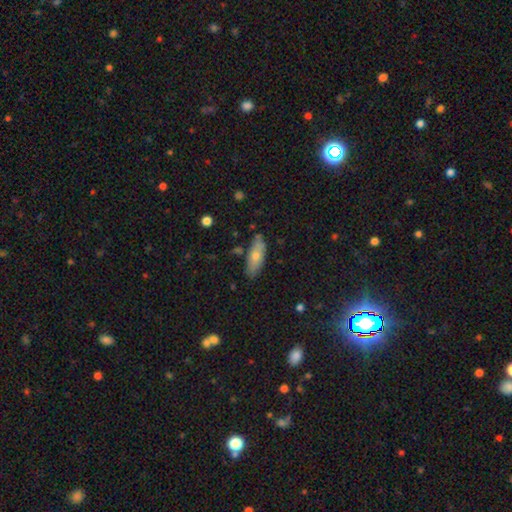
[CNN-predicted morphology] Smooth or featured: smooth — 65% (featured or disk — 26%)
How rounded: in between — 69% (cigar-shaped — 28%)
Merging: none — 80% (minor disturbance — 15%)